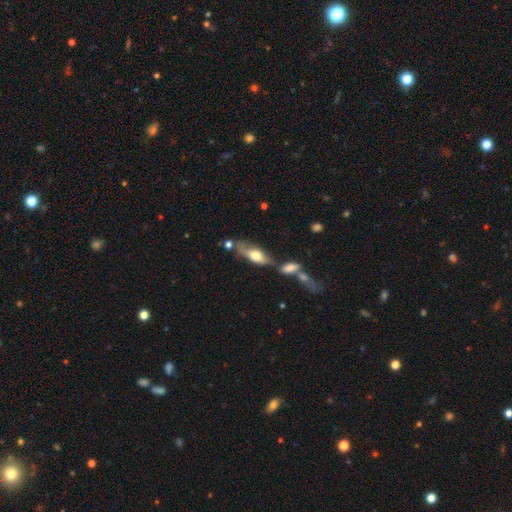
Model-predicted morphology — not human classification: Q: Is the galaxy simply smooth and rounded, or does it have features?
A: smooth — 55%.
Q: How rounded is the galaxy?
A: in between — 69%.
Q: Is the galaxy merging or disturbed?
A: none — 40%.